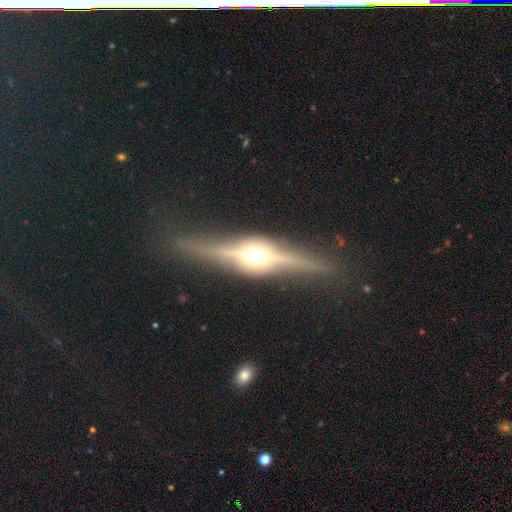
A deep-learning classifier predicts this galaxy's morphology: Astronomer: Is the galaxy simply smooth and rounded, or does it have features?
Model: featured or disk — 86%.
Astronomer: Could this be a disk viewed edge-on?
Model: yes — 97%.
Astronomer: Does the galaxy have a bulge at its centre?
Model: rounded — 91%.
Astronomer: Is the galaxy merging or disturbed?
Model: none — 87%.